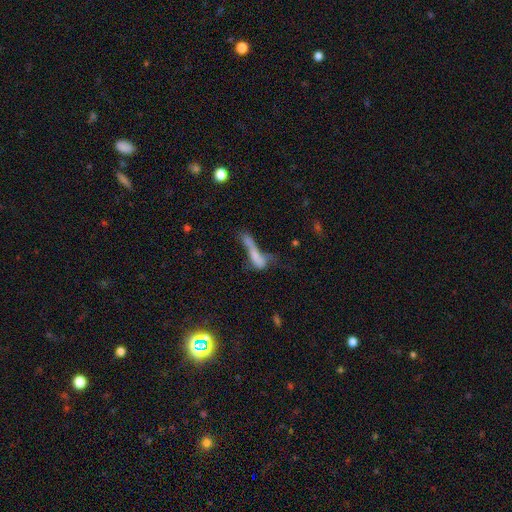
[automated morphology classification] This is possibly a smooth galaxy (54%). How rounded: likely cigar-shaped (69%). Merging: marginally merger (37%).